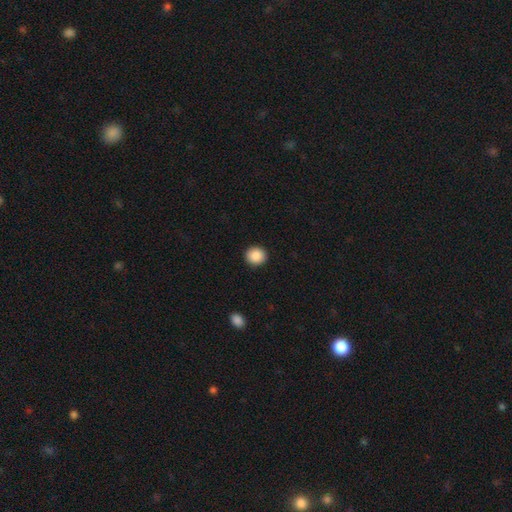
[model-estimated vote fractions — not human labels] A smooth galaxy with no disk features (89%) that is round (84%). Merging: none (92%).